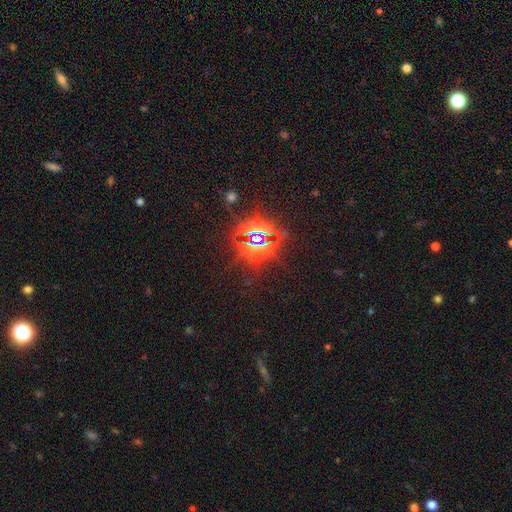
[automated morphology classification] Smooth or featured? Predicted: star or artifact (p=0.83).